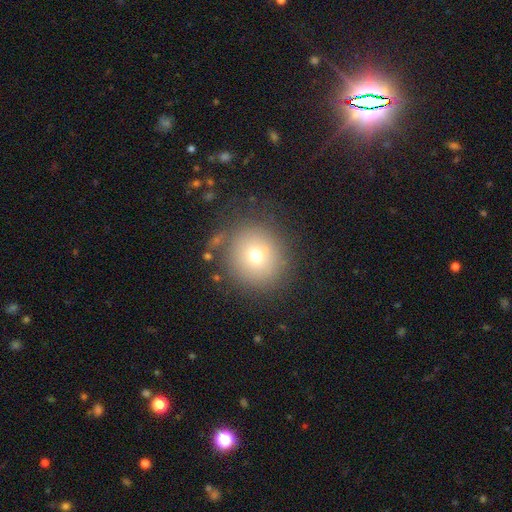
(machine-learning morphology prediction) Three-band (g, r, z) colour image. It shows a smooth galaxy with no disk features (68%) that is round (92%). Merging: none (79%).